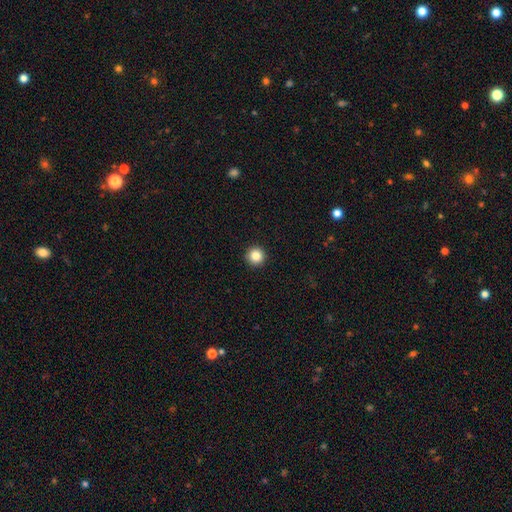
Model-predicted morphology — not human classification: Q: Smooth or featured?
A: smooth (85%); runner-up: star or artifact (10%)
Q: How rounded?
A: round (96%); runner-up: in between (3%)
Q: Merging?
A: none (94%); runner-up: minor disturbance (4%)